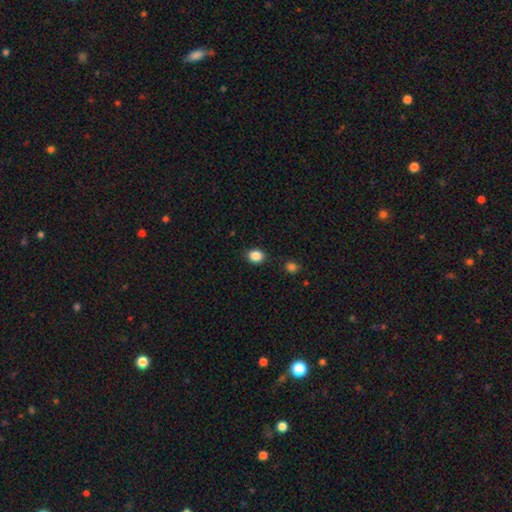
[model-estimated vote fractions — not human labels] This is clearly a smooth galaxy (86%). How rounded: possibly round (59%). Merging: clearly none (87%).